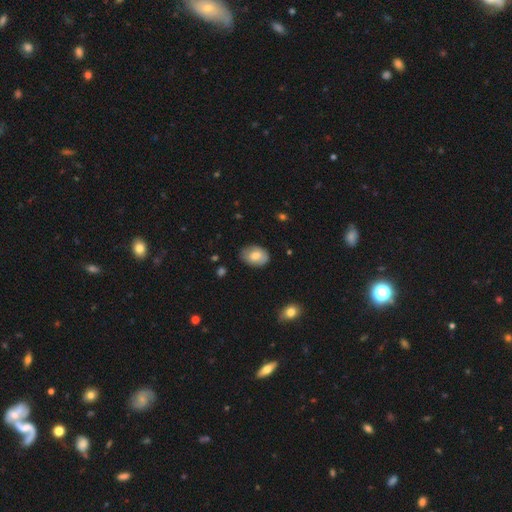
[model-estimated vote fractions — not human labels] smooth-or-featured: smooth: 73% | featured or disk: 20% | star or artifact: 7%
  how-rounded: in between: 76% | round: 23% | cigar-shaped: 1%
  merging: none: 78% | minor disturbance: 17% | major disturbance: 3% | merger: 1%